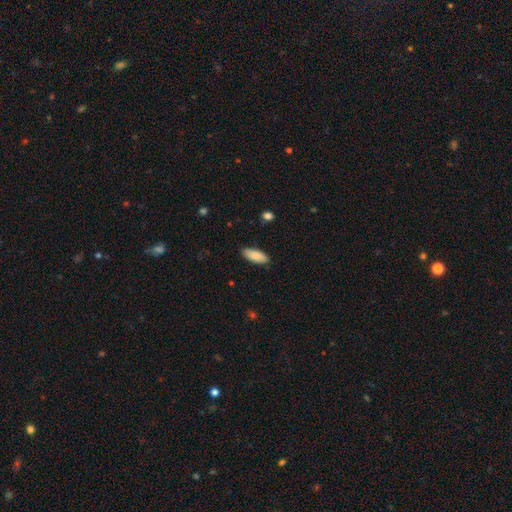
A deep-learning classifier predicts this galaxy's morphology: This is clearly a smooth galaxy (88%). How rounded: clearly in between (80%). Merging: clearly none (88%).